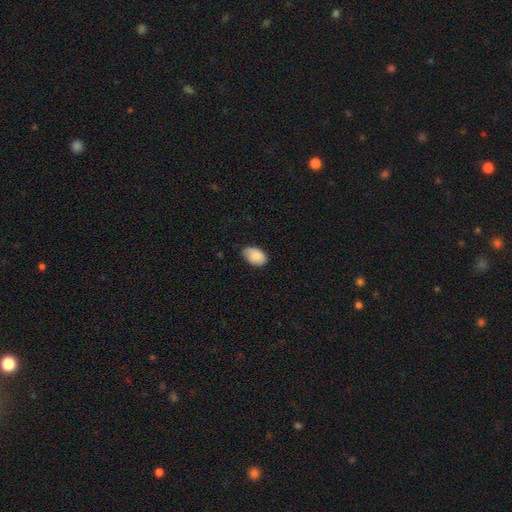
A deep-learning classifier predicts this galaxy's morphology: type=smooth (84%); roundness=in between (89%); merging=none (66%).